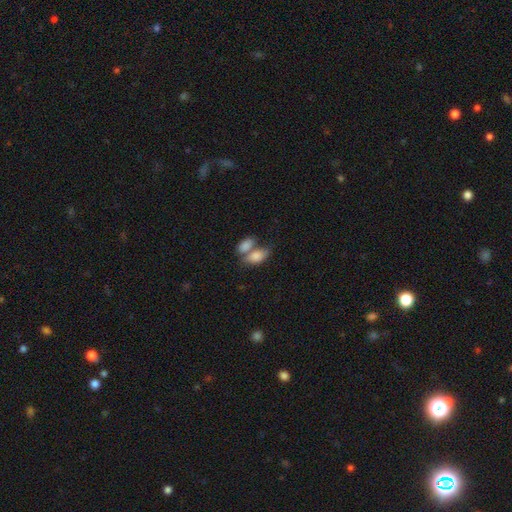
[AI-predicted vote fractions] Smooth or featured?
  - smooth: 81% *
  - featured or disk: 12%
  - star or artifact: 7%
How rounded?
  - in between: 90% *
  - round: 6%
  - cigar-shaped: 4%
Merging?
  - merger: 60% *
  - none: 24%
  - minor disturbance: 10%
  - major disturbance: 6%